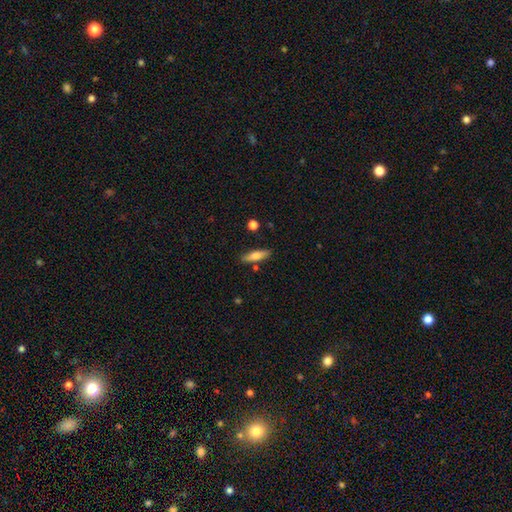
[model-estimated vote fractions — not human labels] This is likely a smooth galaxy (69%). How rounded: likely cigar-shaped (63%). Merging: clearly none (83%).